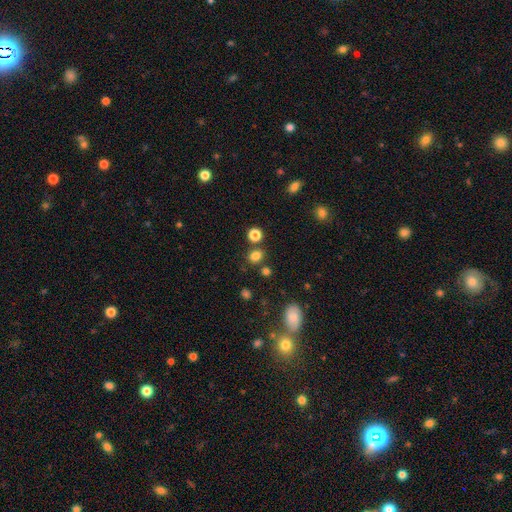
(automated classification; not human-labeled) Overall: smooth (80%). How rounded: round (65%; in between 34%). Merging: none (77%).